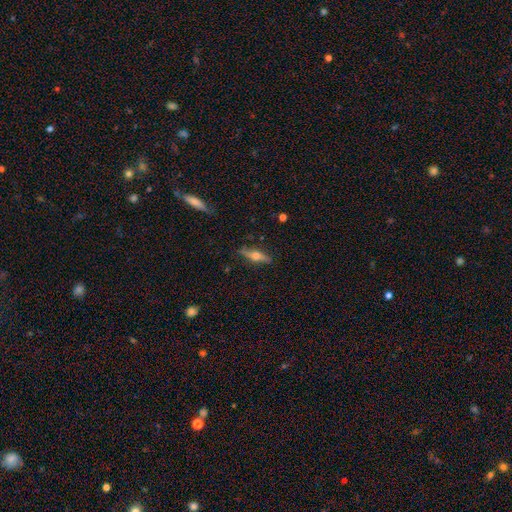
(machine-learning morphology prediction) smooth-or-featured: featured or disk: 65% | smooth: 29% | star or artifact: 7%
  disk-edge-on: yes: 96% | no: 4%
    edge-on-bulge: rounded: 94% | boxy: 4% | none: 2%
  merging: none: 86% | minor disturbance: 10% | major disturbance: 2% | merger: 1%